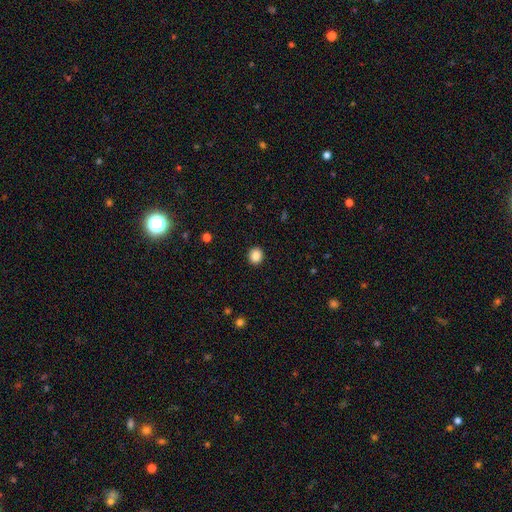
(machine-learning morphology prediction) Smooth or featured: smooth — 87% (star or artifact — 10%)
How rounded: round — 84% (in between — 16%)
Merging: none — 92% (minor disturbance — 5%)